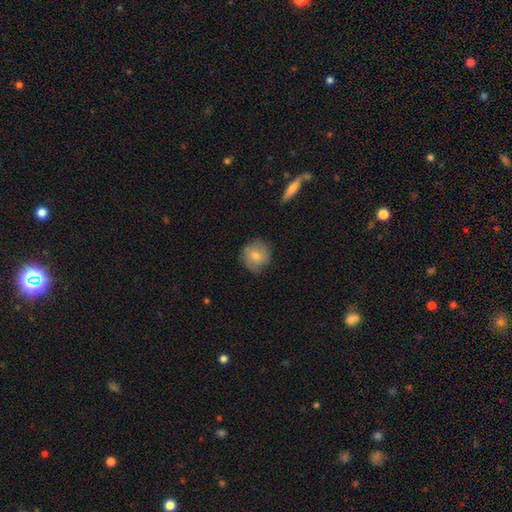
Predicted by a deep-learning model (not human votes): A smooth galaxy with no disk features (73%) that is round (87%).

Vote fractions:
- Smooth or featured? smooth: 73% / featured or disk: 19% / star or artifact: 7%
- How rounded? round: 87% / in between: 12% / cigar-shaped: 1%
- Merging? none: 75% / minor disturbance: 19% / major disturbance: 4% / merger: 1%